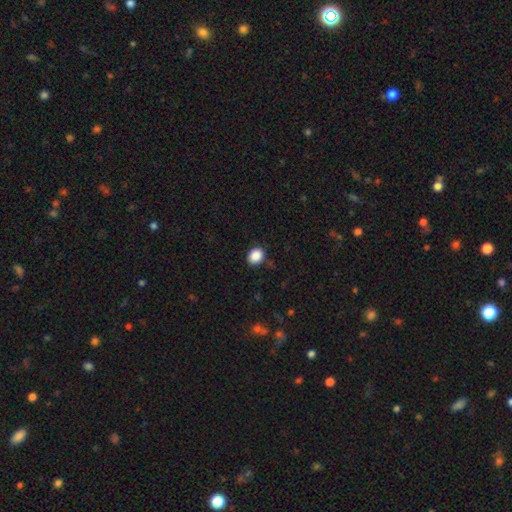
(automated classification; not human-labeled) Smooth or featured: smooth — 88% (star or artifact — 9%)
How rounded: round — 57% (in between — 42%)
Merging: none — 86% (minor disturbance — 10%)